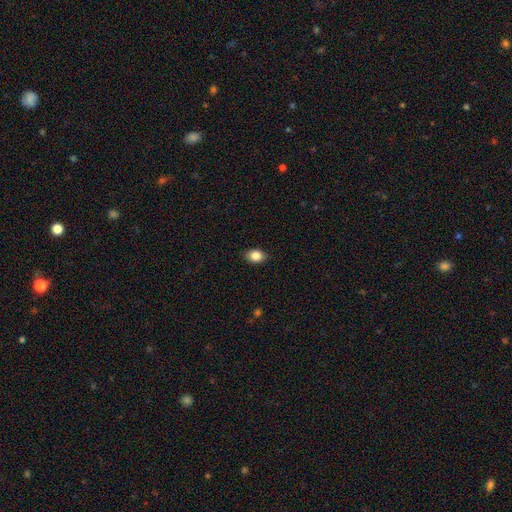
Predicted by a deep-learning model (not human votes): A smooth galaxy with no disk features (85%) that is in between round and cigar-shaped (72%).

Vote fractions:
- Smooth or featured? smooth: 85% / star or artifact: 9% / featured or disk: 6%
- How rounded? in between: 72% / round: 26% / cigar-shaped: 1%
- Merging? none: 88% / minor disturbance: 9% / major disturbance: 2% / merger: 1%